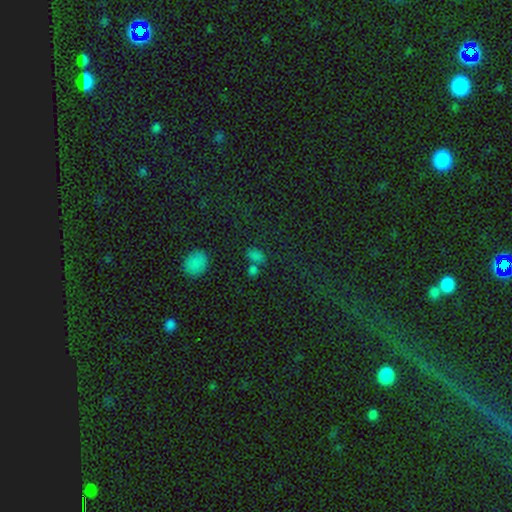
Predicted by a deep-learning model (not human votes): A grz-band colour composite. It shows a smooth galaxy with no disk features (62%) that is in between round and cigar-shaped (76%). Merging: none (58%).